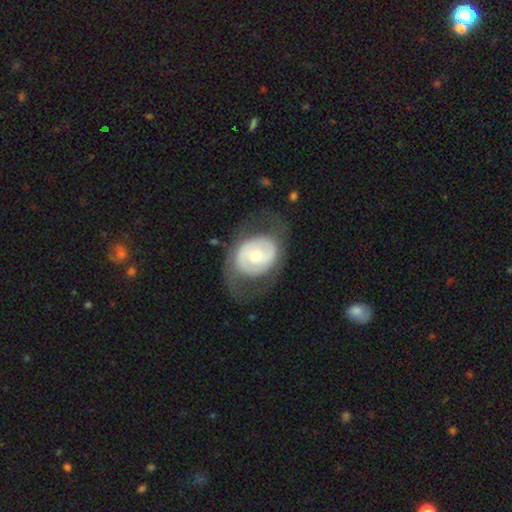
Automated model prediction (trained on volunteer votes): This appears to be a featured or disk galaxy (60%) with no bar (65%), no spiral arms (61%) and a moderate central bulge (62%). Merging: none (63%).